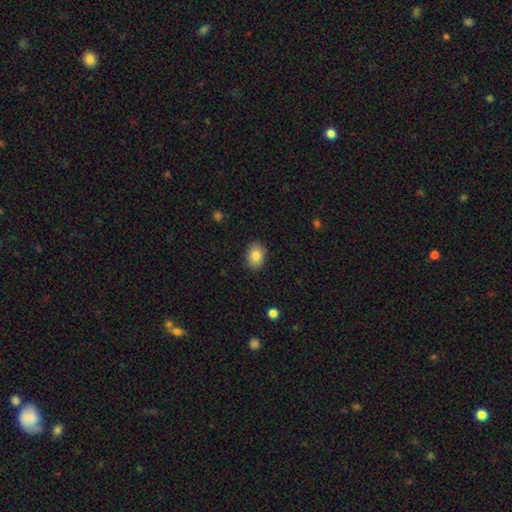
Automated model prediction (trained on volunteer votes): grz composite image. It shows a smooth galaxy with no disk features (85%) that is in between round and cigar-shaped (71%). Merging: none (87%).